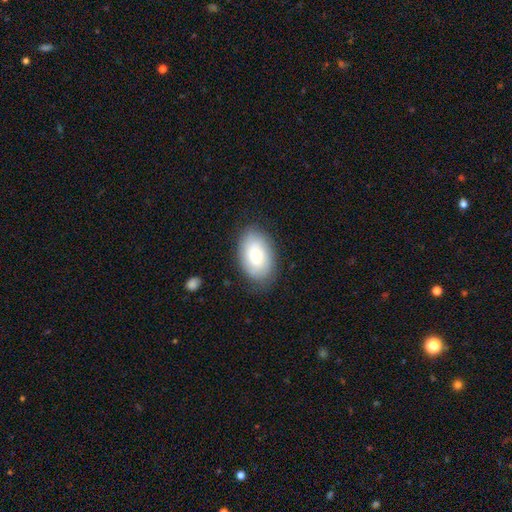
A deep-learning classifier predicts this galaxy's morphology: Q: Smooth or featured?
A: smooth (70%); runner-up: featured or disk (23%)
Q: How rounded?
A: in between (91%); runner-up: round (8%)
Q: Merging?
A: none (80%); runner-up: minor disturbance (15%)